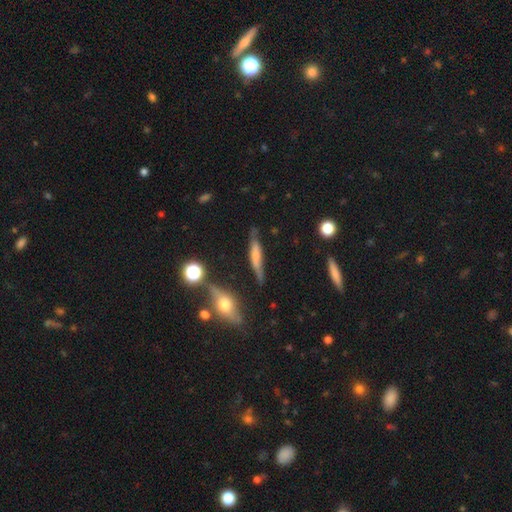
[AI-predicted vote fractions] Smooth or featured: smooth — 48% (featured or disk — 44%)
Merging: none — 67% (minor disturbance — 22%)